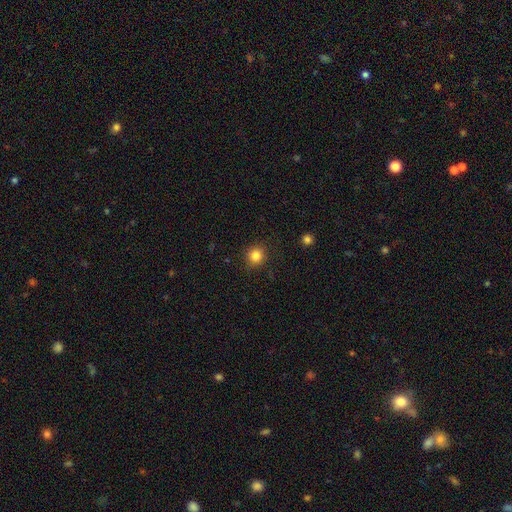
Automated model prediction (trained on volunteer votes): Smooth or featured: smooth — 84% (star or artifact — 12%)
How rounded: round — 91% (in between — 8%)
Merging: none — 89% (minor disturbance — 8%)